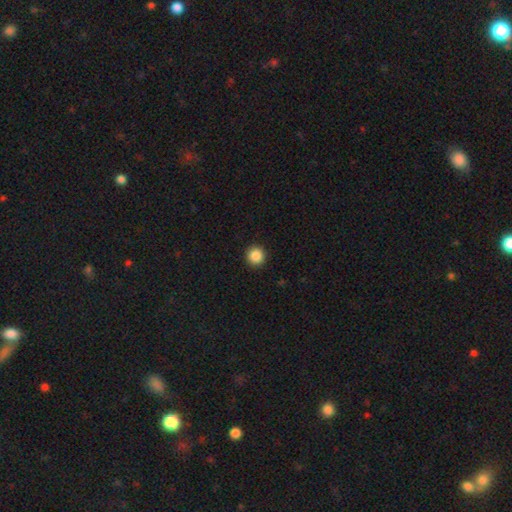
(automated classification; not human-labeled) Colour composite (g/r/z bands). It shows a smooth galaxy with no disk features (88%) that is round (95%). Merging: none (93%).